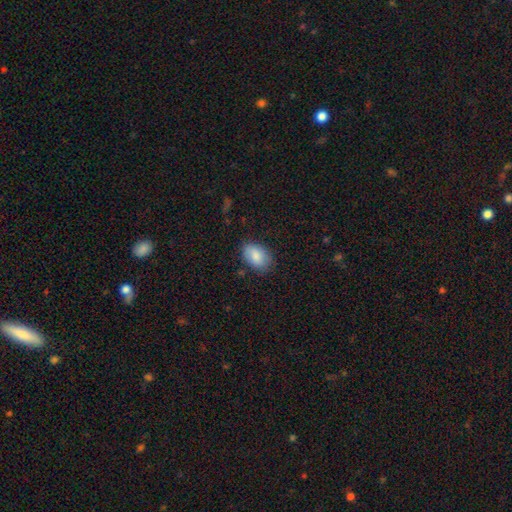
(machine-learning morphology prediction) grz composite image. It shows a smooth galaxy with no disk features (84%) that is in between round and cigar-shaped (86%). Merging: none (79%).